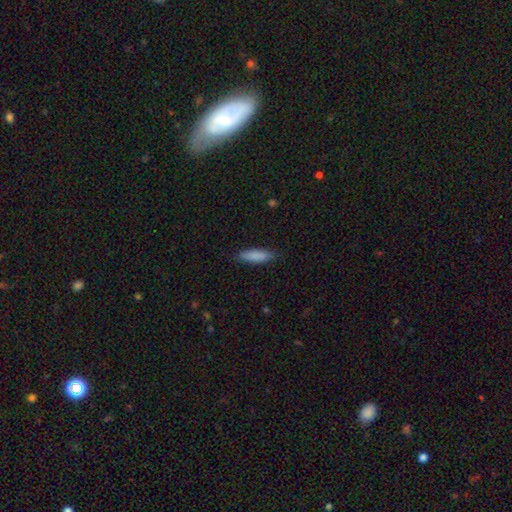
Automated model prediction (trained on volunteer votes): Overall: smooth (85%). How rounded: cigar-shaped (71%). Merging: none (84%).